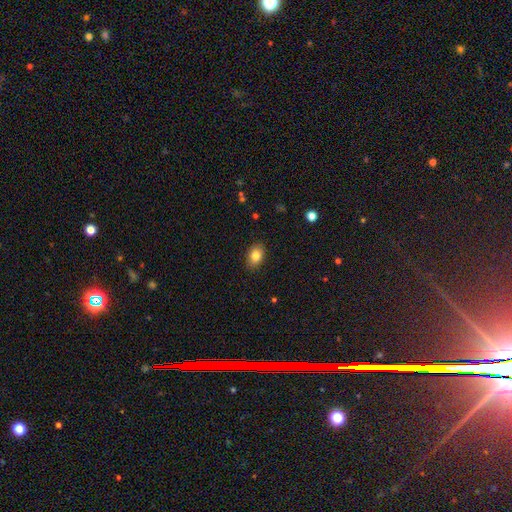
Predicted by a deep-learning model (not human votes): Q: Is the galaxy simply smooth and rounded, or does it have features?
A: smooth — 82%.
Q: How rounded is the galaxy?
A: in between — 83%.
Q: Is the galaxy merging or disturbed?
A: none — 87%.